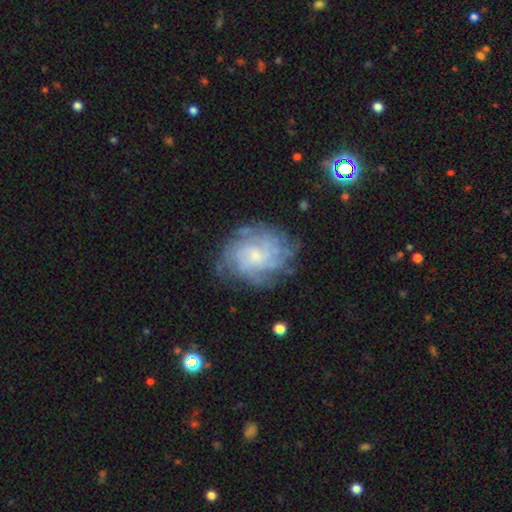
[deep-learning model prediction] Smooth or featured? featured or disk (76%)
Edge-on disk? no (97%)
Bar? no (73%)
Spiral arms? yes (91%)
Spiral winding? tight (60%)
Spiral arm count? can't tell (46%)
Bulge size? small (67%)
Merging? none (71%)